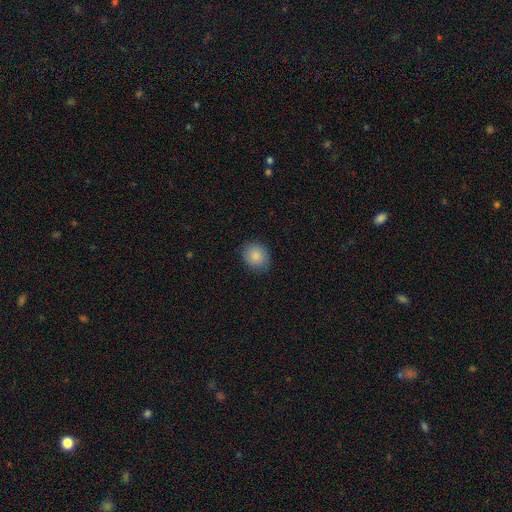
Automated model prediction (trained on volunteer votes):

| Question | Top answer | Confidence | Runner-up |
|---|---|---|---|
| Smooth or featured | smooth | 87% | star or artifact (8%) |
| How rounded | round | 69% | in between (30%) |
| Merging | none | 84% | minor disturbance (12%) |